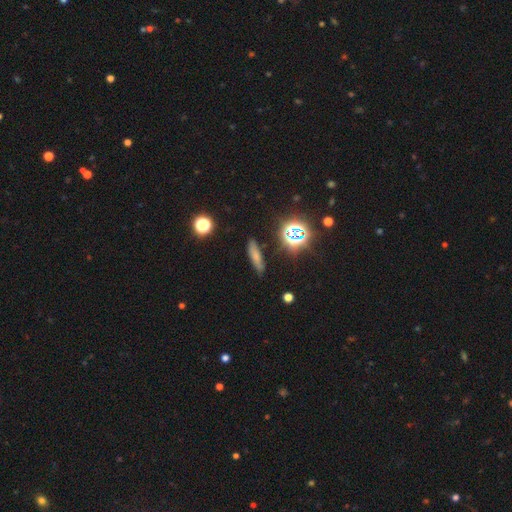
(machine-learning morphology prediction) Overall: smooth (64%). How rounded: cigar-shaped (69%). Merging: none (82%).